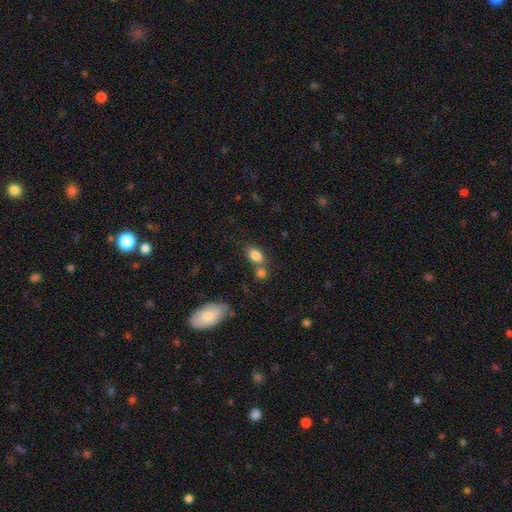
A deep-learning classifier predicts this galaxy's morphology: This appears to be a smooth galaxy with no disk features (83%) that is in between round and cigar-shaped (83%). Merging: none (49%).